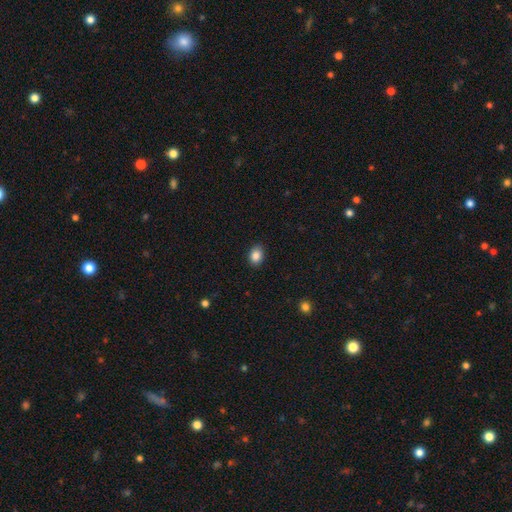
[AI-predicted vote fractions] The model was most divided on "how rounded": in between: 67%, round: 33%, cigar-shaped: 1%. More confident: merging — none (89%); smooth or featured — smooth (87%).